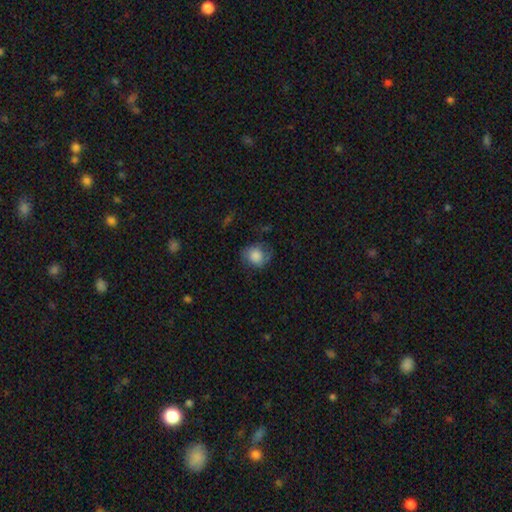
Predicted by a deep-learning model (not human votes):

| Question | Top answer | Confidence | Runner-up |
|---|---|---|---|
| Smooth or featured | smooth | 82% | featured or disk (9%) |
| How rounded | round | 70% | in between (29%) |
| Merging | none | 61% | minor disturbance (26%) |